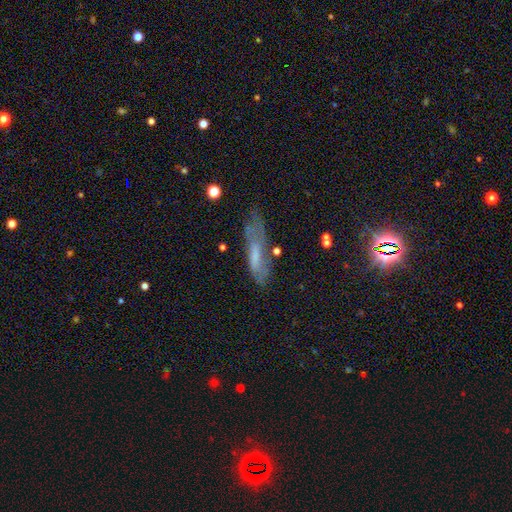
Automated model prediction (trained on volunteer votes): Overall: smooth (48%; featured or disk 41%). Merging: none (47%; minor disturbance 30%).